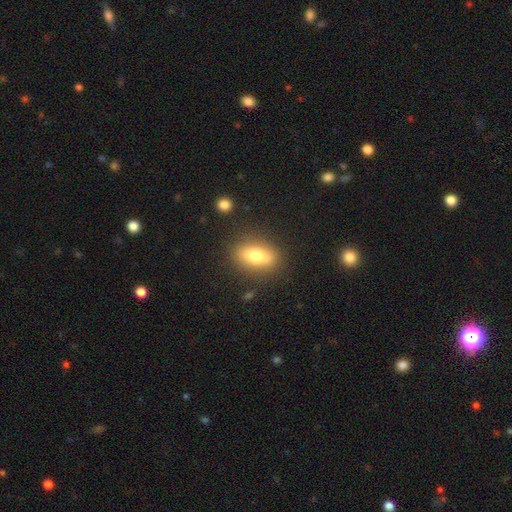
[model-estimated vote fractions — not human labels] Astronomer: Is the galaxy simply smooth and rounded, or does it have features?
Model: smooth — 70%.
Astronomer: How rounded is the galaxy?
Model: in between — 77%.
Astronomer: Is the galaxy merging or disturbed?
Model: none — 84%.